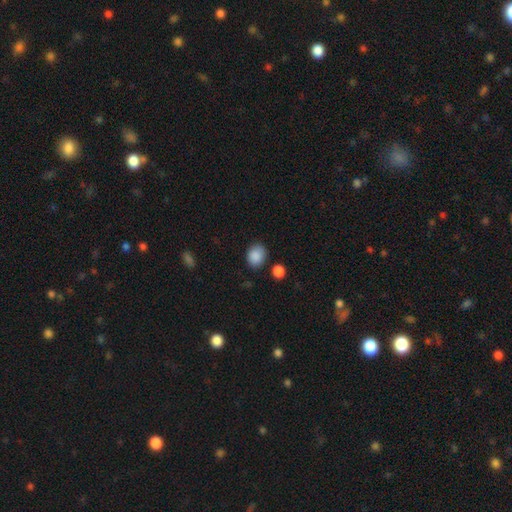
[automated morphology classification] Smooth or featured? Predicted: smooth (p=0.89). How rounded? Predicted: in between (p=0.53). Merging? Predicted: none (p=0.80).